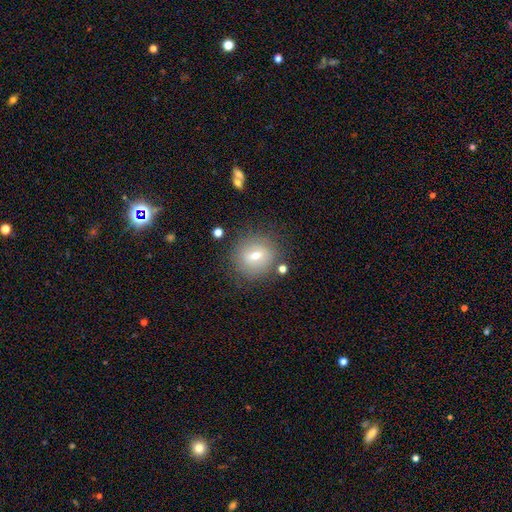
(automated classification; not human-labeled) Overall: smooth (60%; featured or disk 29%). How rounded: round (87%). Merging: none (80%).